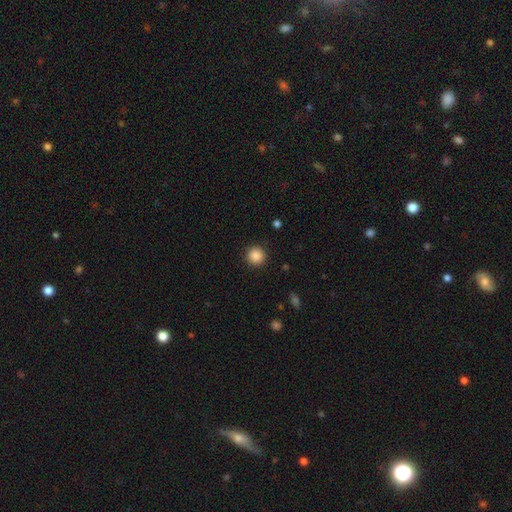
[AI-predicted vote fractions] smooth_or_featured: smooth (p=0.87) [alt: star or artifact p=0.10]
how_rounded: round (p=0.94) [alt: in between p=0.05]
merging: none (p=0.91) [alt: minor disturbance p=0.06]